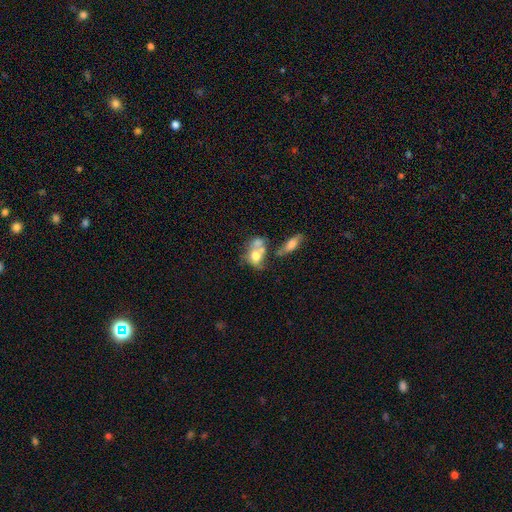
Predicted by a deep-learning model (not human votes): Overall: smooth (60%; featured or disk 30%). How rounded: in between (60%; round 38%). Merging: merger (53%; none 23%).